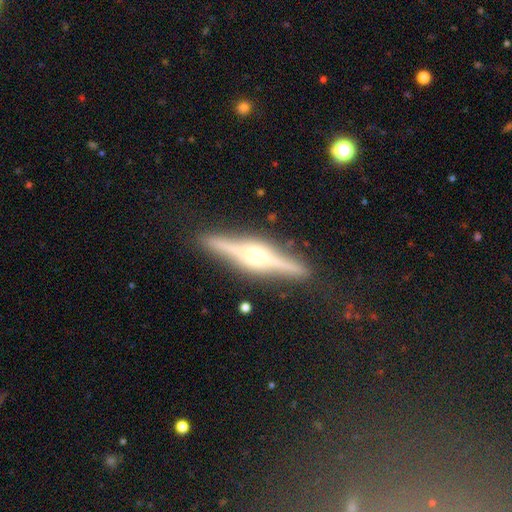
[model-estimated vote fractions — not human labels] Smooth or featured: featured or disk — 84% (smooth — 10%)
Edge-on disk: yes — 98% (no — 2%)
Edge-on bulge: rounded — 82% (boxy — 14%)
Merging: none — 89% (minor disturbance — 8%)